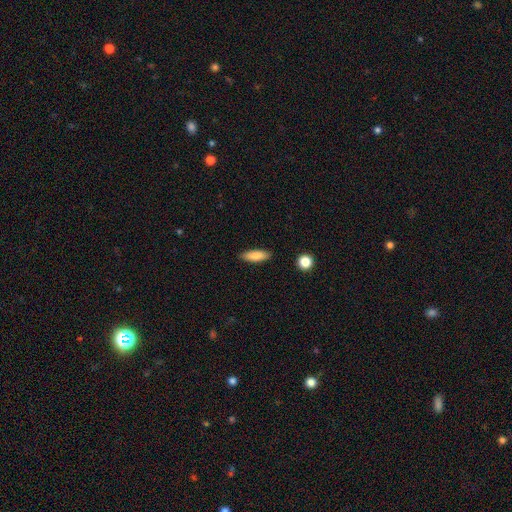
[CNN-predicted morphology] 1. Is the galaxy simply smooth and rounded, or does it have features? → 84% smooth, 10% featured or disk, 7% star or artifact.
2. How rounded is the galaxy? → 53% in between, 45% cigar-shaped, 2% round.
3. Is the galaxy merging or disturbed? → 87% none, 9% minor disturbance, 2% major disturbance, 1% merger.